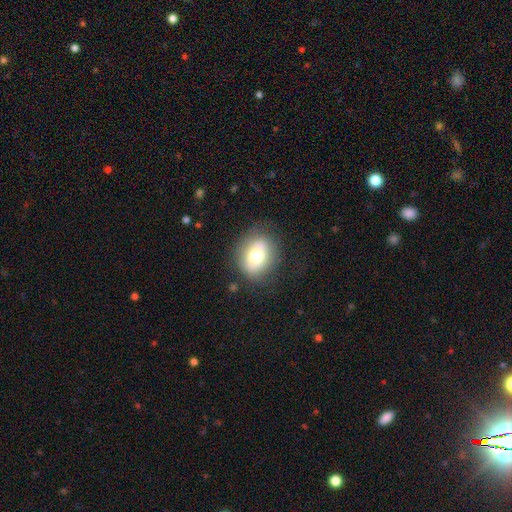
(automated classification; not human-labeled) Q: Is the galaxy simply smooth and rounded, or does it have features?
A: smooth — 64%.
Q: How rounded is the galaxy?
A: round — 56%.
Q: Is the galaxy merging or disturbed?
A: none — 78%.